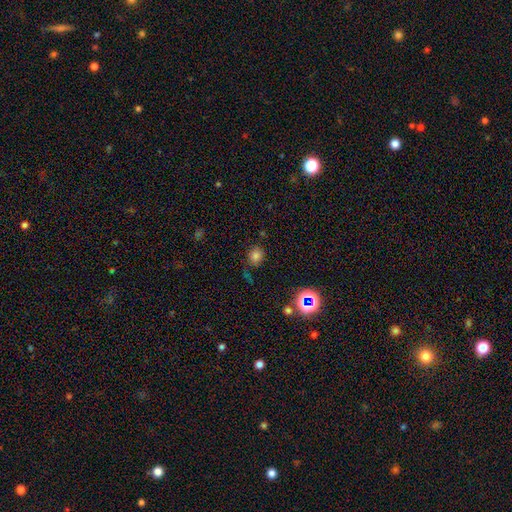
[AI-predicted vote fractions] Smooth or featured? smooth (74%)
How rounded? round (69%)
Merging? none (72%)